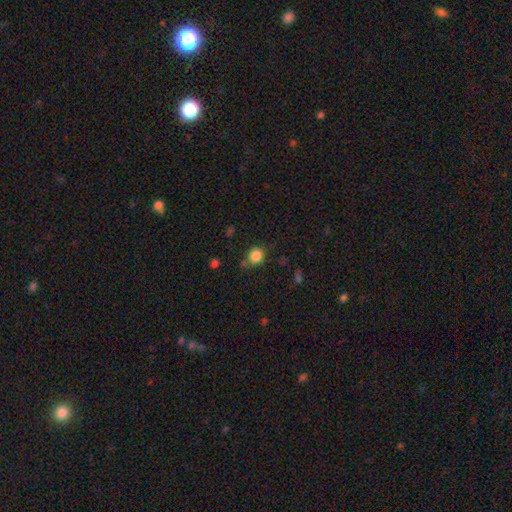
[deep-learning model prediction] Smooth or featured? Predicted: smooth (p=0.85). How rounded? Predicted: round (p=0.82). Merging? Predicted: none (p=0.71).